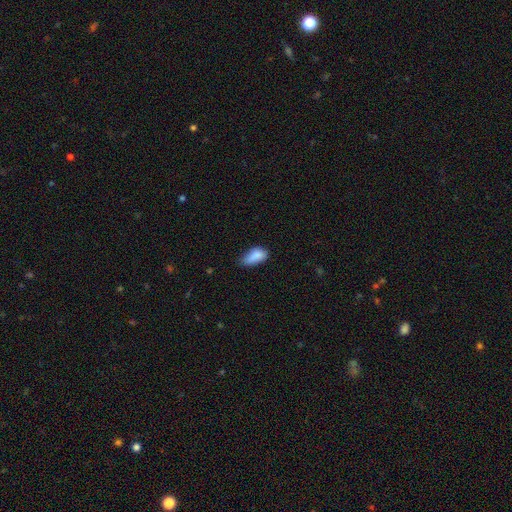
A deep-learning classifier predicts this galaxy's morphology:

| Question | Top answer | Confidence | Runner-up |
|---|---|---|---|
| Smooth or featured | smooth | 85% | star or artifact (8%) |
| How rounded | in between | 90% | cigar-shaped (6%) |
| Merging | none | 44% | minor disturbance (43%) |